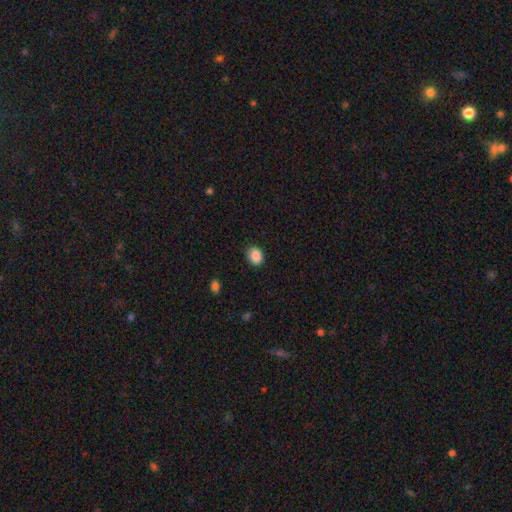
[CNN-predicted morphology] A smooth galaxy with no disk features (88%) that is in between round and cigar-shaped (56%). Merging: none (87%).